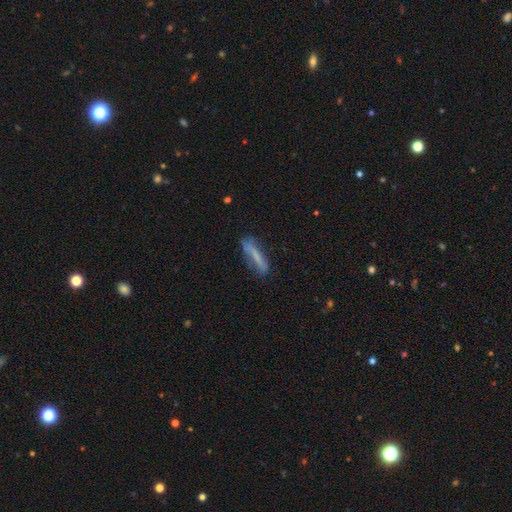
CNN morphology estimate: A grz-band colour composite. It shows a smooth galaxy with no disk features (62%) that is cigar-shaped (86%). Merging: none (71%).